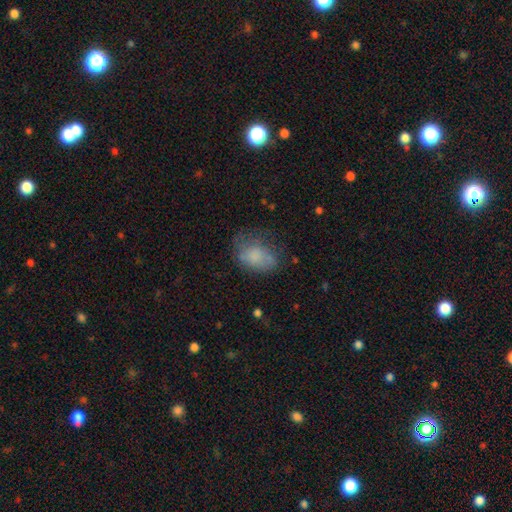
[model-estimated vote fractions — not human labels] Smooth or featured? smooth (71%)
How rounded? in between (74%)
Merging? none (47%)